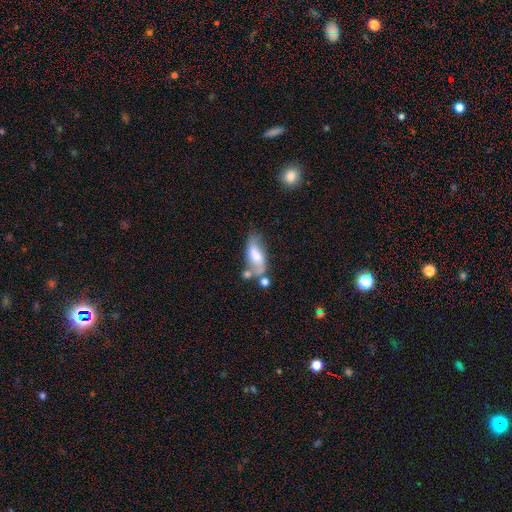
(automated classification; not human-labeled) smooth_or_featured: featured or disk (p=0.47) [alt: smooth p=0.45]
merging: none (p=0.38) [alt: merger p=0.24]